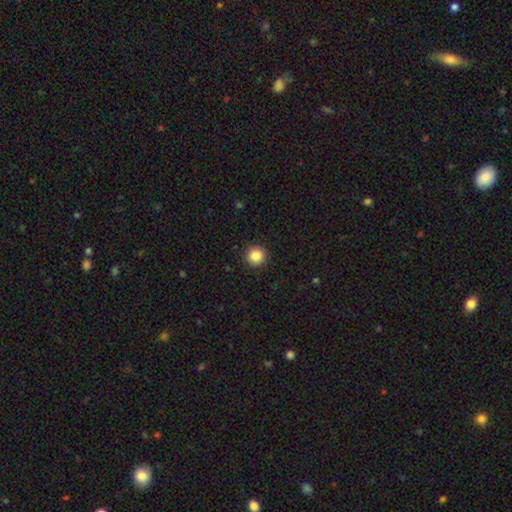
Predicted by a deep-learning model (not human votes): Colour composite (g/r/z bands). It shows a smooth galaxy with no disk features (85%) that is round (96%). Merging: none (92%).